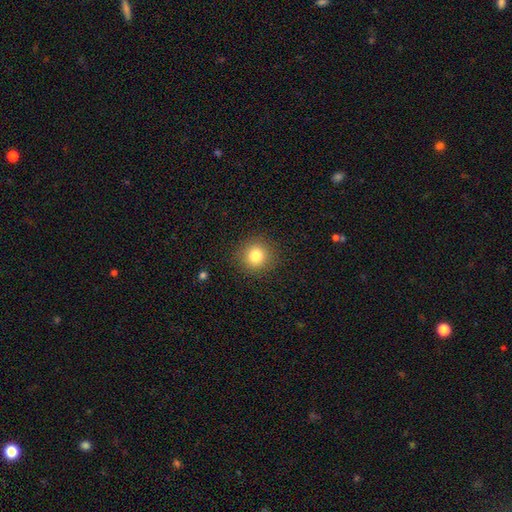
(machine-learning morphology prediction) smooth-or-featured: smooth: 81% | star or artifact: 11% | featured or disk: 7%
  how-rounded: round: 93% | in between: 6% | cigar-shaped: 1%
  merging: none: 90% | minor disturbance: 7% | major disturbance: 3% | merger: 1%